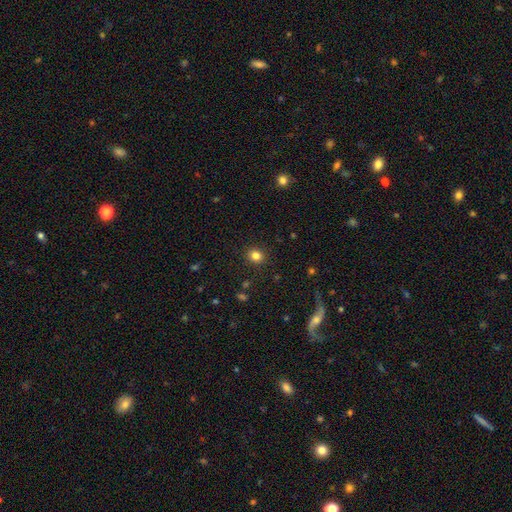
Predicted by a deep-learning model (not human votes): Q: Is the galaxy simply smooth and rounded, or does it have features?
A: smooth — 82%.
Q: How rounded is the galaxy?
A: round — 77%.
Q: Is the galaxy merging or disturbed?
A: none — 90%.